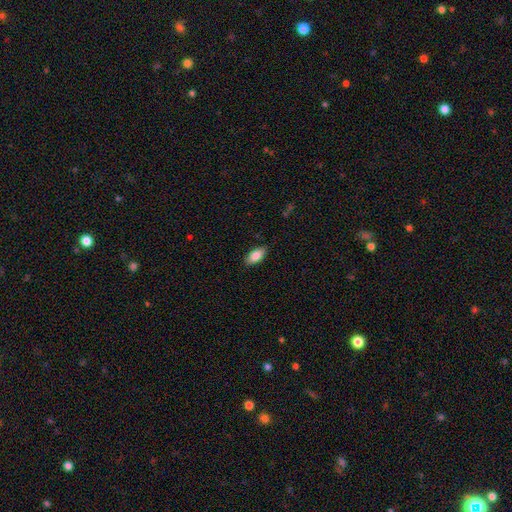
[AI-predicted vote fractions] smooth_or_featured: smooth (p=0.85) [alt: featured or disk p=0.09]
how_rounded: in between (p=0.91) [alt: cigar-shaped p=0.07]
merging: none (p=0.87) [alt: minor disturbance p=0.10]